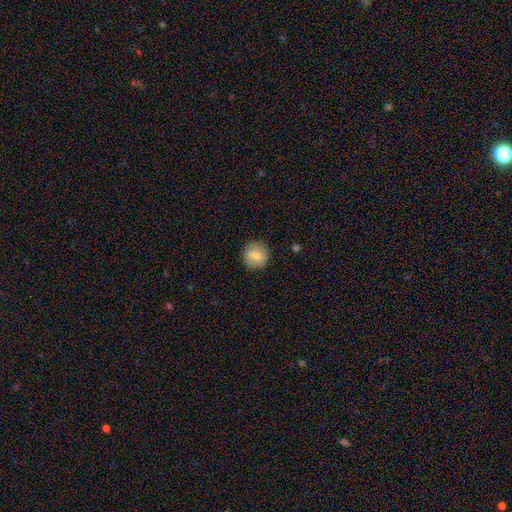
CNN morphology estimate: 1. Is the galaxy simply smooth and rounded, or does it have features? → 77% smooth, 15% featured or disk, 8% star or artifact.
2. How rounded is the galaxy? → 92% round, 7% in between, 1% cigar-shaped.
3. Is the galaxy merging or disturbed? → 88% none, 8% minor disturbance, 2% major disturbance, 1% merger.